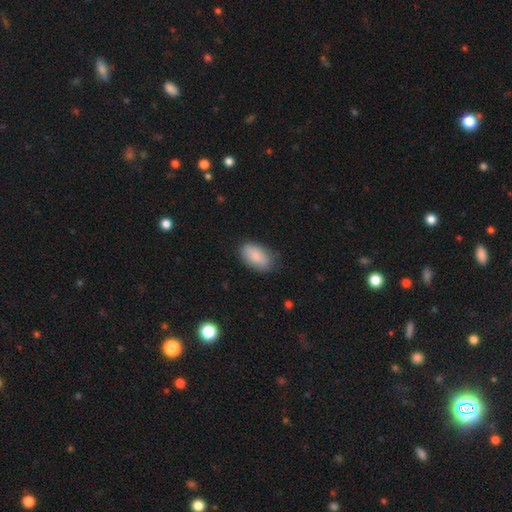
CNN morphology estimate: This is clearly a smooth galaxy (87%). How rounded: clearly in between (93%). Merging: likely none (72%).